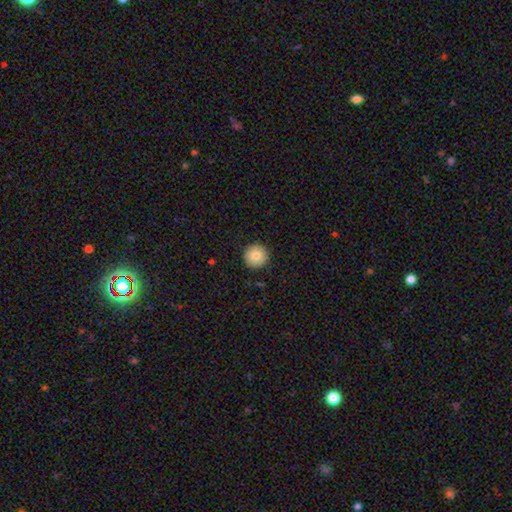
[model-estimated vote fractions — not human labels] Q: Smooth or featured?
A: smooth (81%); runner-up: featured or disk (11%)
Q: How rounded?
A: round (96%); runner-up: in between (3%)
Q: Merging?
A: none (92%); runner-up: minor disturbance (5%)